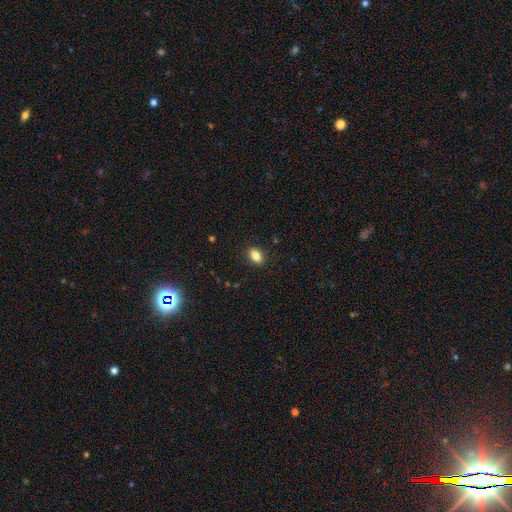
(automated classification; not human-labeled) smooth-or-featured: smooth: 82% | star or artifact: 9% | featured or disk: 8%
  how-rounded: in between: 85% | round: 10% | cigar-shaped: 5%
  merging: none: 88% | minor disturbance: 8% | major disturbance: 2% | merger: 1%